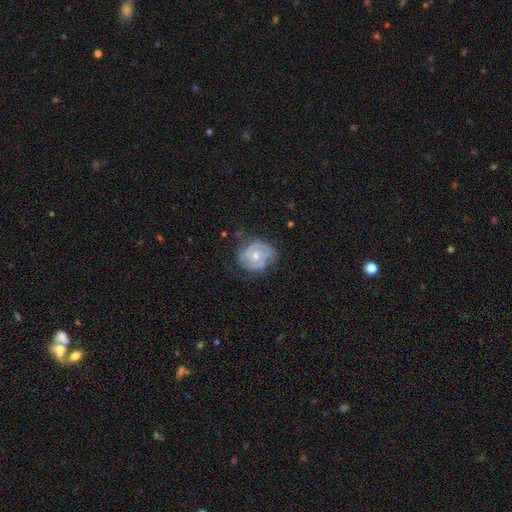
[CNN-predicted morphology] This is likely a featured or disk galaxy (74%). It is clearly not viewed edge-on (97%). Bar: likely no (73%). Spiral arm pattern: clearly yes (81%). Spiral arm count: marginally can't tell (39%). Spiral winding: likely tight (62%). Central bulge: possibly moderate (54%). Merging: possibly none (57%).